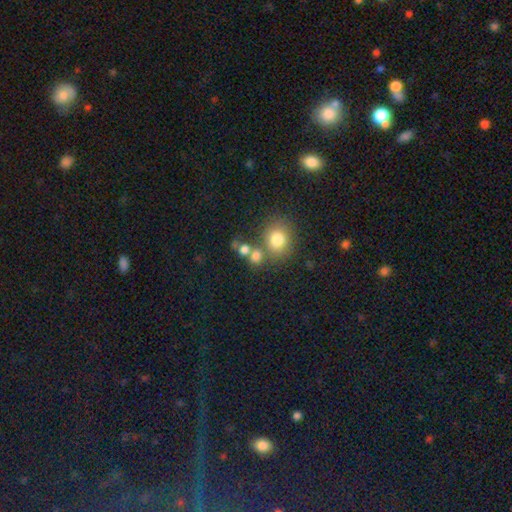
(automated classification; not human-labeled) The model was most divided on "merging": none: 49%, merger: 36%, minor disturbance: 10%, major disturbance: 5%. More confident: smooth or featured — smooth (76%); how rounded — round (71%).